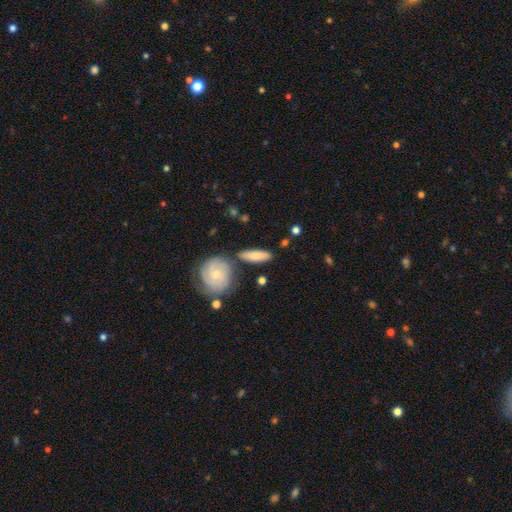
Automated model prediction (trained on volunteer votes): A smooth galaxy with no disk features (68%) that is cigar-shaped (49%). Merging: none (74%).